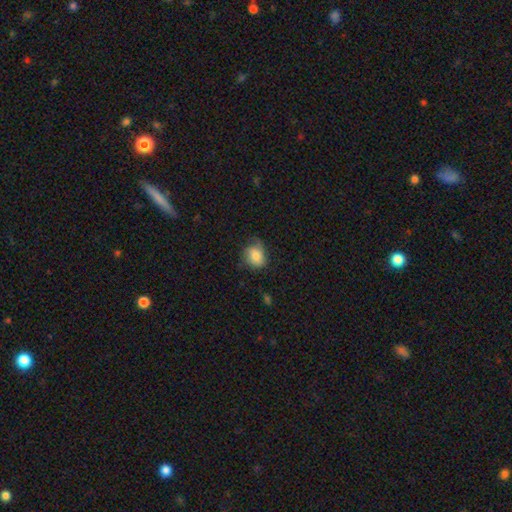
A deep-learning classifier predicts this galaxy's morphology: This appears to be a smooth galaxy with no disk features (76%) that is in between round and cigar-shaped (50%). Merging: none (51%).